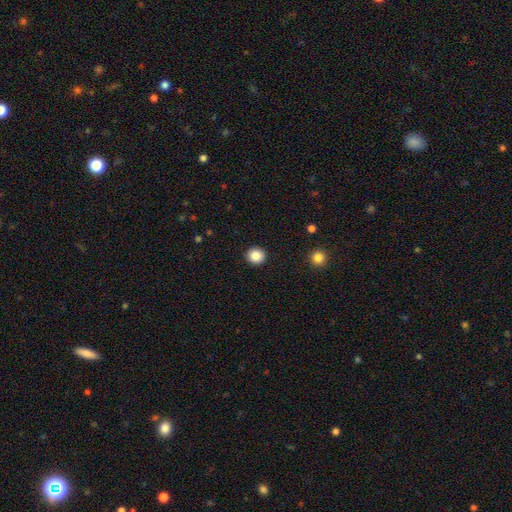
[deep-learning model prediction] Smooth or featured?
  - smooth: 86% *
  - star or artifact: 10%
  - featured or disk: 4%
How rounded?
  - round: 93% *
  - in between: 7%
  - cigar-shaped: 1%
Merging?
  - none: 92% *
  - minor disturbance: 5%
  - major disturbance: 2%
  - merger: 1%